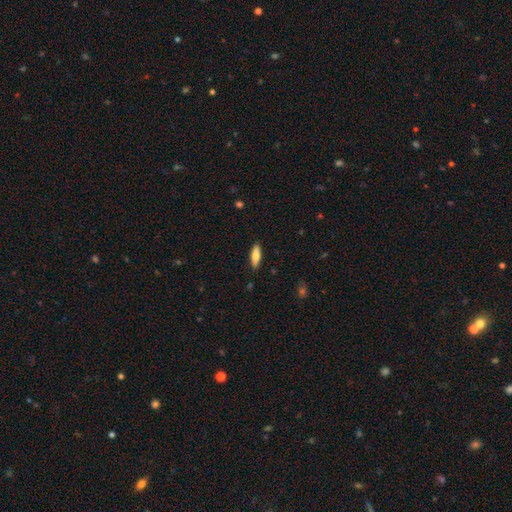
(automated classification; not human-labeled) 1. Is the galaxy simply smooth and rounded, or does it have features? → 71% smooth, 23% featured or disk, 6% star or artifact.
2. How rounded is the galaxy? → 53% in between, 45% cigar-shaped, 2% round.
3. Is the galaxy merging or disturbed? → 89% none, 8% minor disturbance, 2% major disturbance, 1% merger.